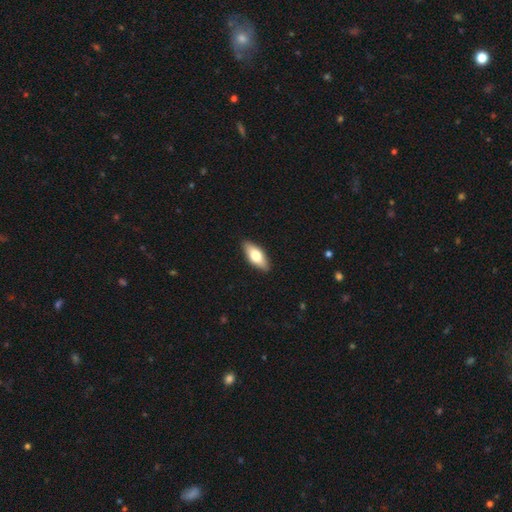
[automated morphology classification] smooth 69%, featured or disk 25%, star or artifact 6%. Down the decision tree: how rounded — in between (80%); merging — none (89%).